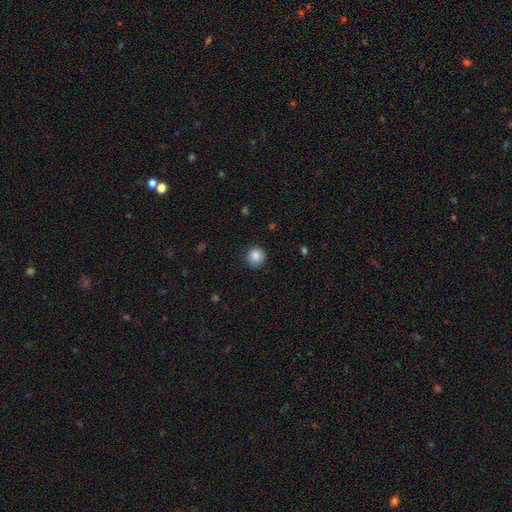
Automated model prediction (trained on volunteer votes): A smooth galaxy with no disk features (86%) that is round (91%).

Vote fractions:
- Smooth or featured? smooth: 86% / star or artifact: 9% / featured or disk: 5%
- How rounded? round: 91% / in between: 8% / cigar-shaped: 1%
- Merging? none: 86% / minor disturbance: 11% / major disturbance: 2% / merger: 1%